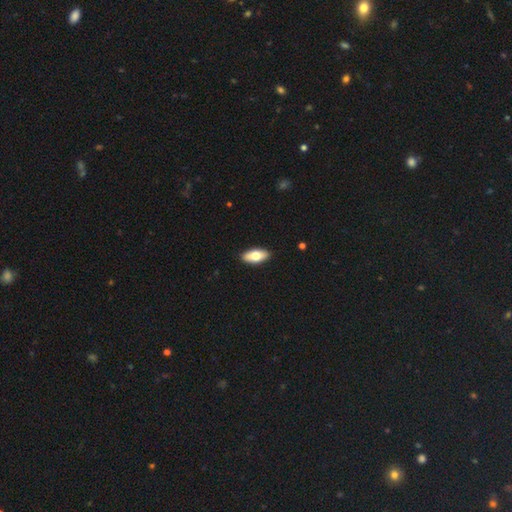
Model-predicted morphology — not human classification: smooth 72%, featured or disk 22%, star or artifact 6%. Down the decision tree: how rounded — in between (86%); merging — none (91%).